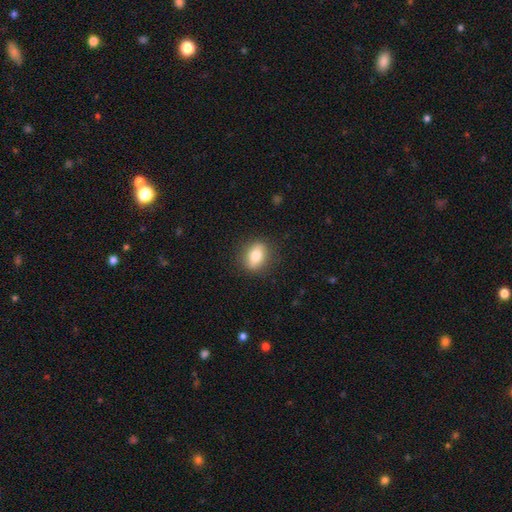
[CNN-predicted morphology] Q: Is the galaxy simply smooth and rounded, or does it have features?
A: smooth — 73%.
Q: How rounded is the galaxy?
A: in between — 66%.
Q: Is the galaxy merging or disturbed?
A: none — 85%.